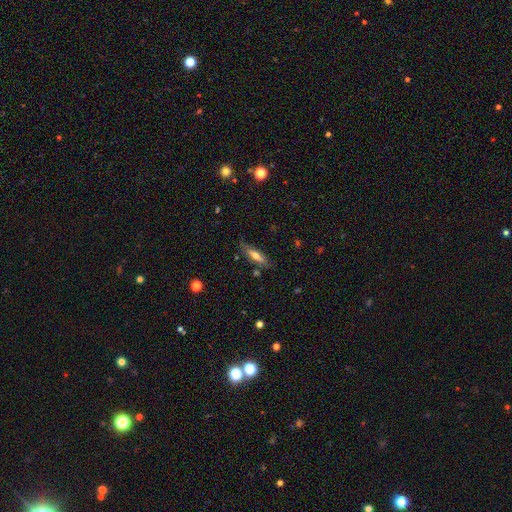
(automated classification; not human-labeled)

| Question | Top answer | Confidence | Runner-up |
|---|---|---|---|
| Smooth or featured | smooth | 51% | featured or disk (41%) |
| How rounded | cigar-shaped | 65% | in between (33%) |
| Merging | none | 77% | minor disturbance (16%) |